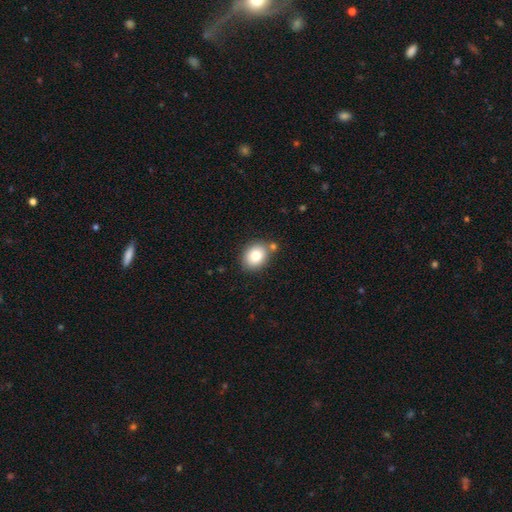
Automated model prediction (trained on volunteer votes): A smooth galaxy with no disk features (81%) that is in between round and cigar-shaped (50%). Merging: none (75%).